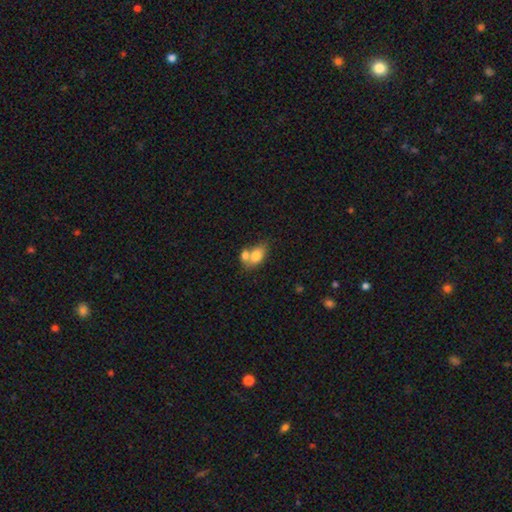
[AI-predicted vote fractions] Smooth or featured: smooth — 77% (featured or disk — 16%)
How rounded: in between — 83% (round — 15%)
Merging: merger — 57% (none — 28%)